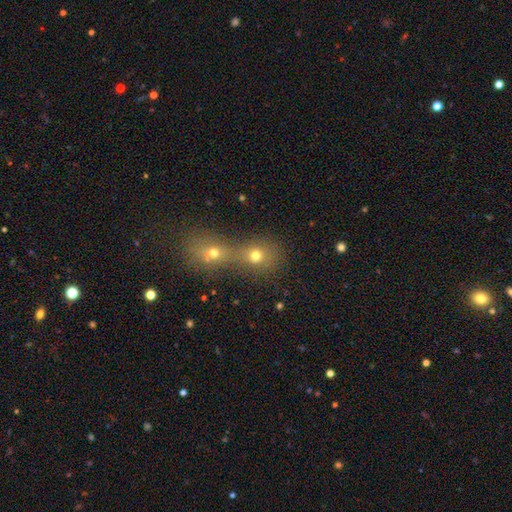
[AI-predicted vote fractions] Q: Smooth or featured?
A: smooth (69%); runner-up: star or artifact (18%)
Q: How rounded?
A: round (74%); runner-up: in between (24%)
Q: Merging?
A: merger (65%); runner-up: none (27%)